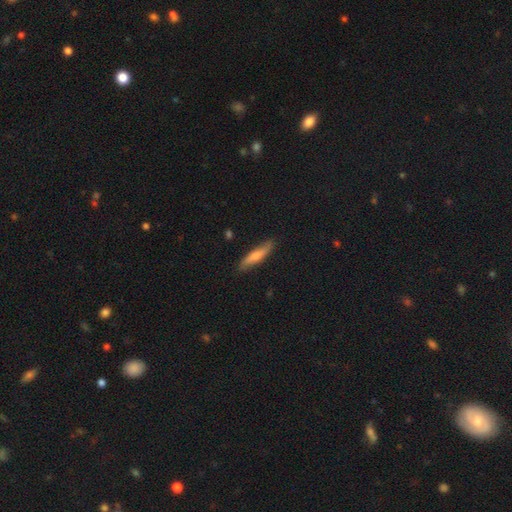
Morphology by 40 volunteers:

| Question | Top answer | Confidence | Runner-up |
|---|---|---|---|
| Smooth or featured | smooth | 72% | featured or disk (25%) |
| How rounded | cigar-shaped | 59% | in between (41%) |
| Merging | none | 85% | minor disturbance (10%) |